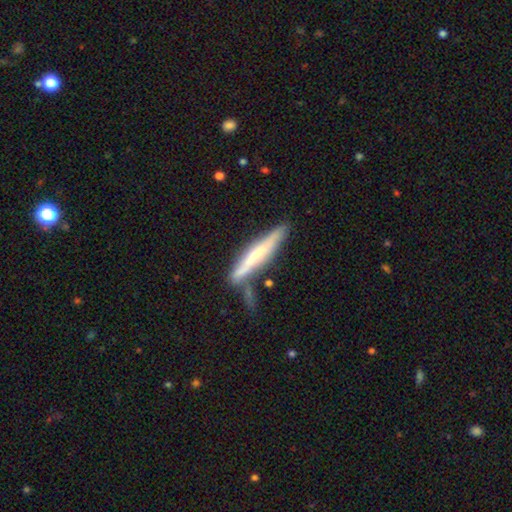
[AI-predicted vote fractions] featured or disk 51%, smooth 43%, star or artifact 6%. Down the decision tree: edge-on disk — yes (90%); merging — none (61%).